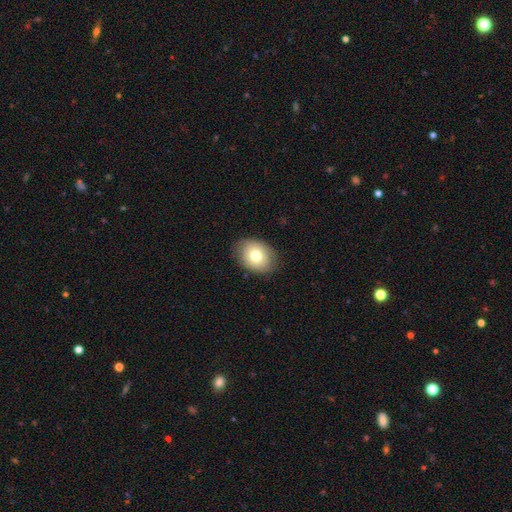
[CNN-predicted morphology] This is likely a smooth galaxy (76%). How rounded: likely in between (64%). Merging: clearly none (82%).